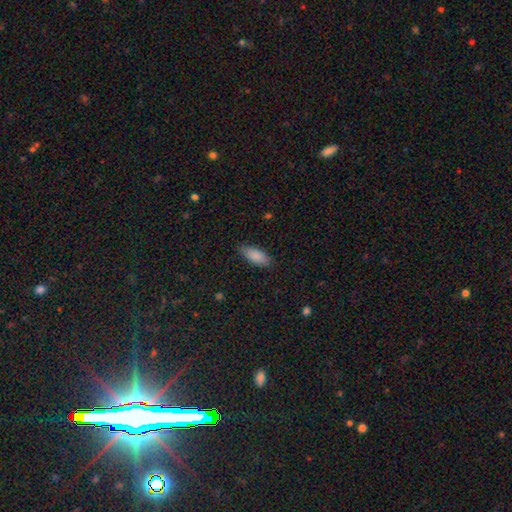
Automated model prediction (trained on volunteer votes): Smooth or featured? Predicted: smooth (p=0.88). How rounded? Predicted: in between (p=0.85). Merging? Predicted: none (p=0.84).